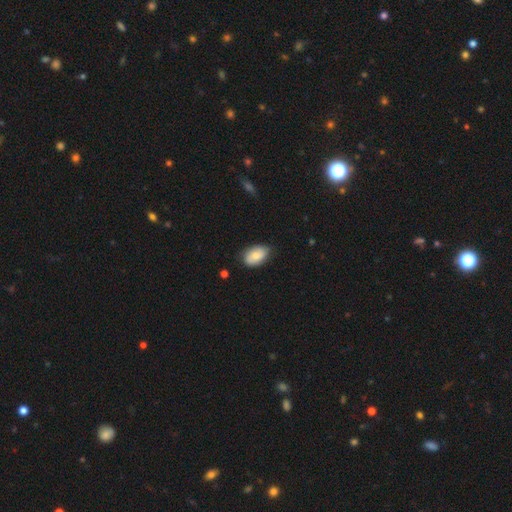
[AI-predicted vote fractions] Smooth or featured? smooth (76%)
How rounded? in between (91%)
Merging? none (74%)